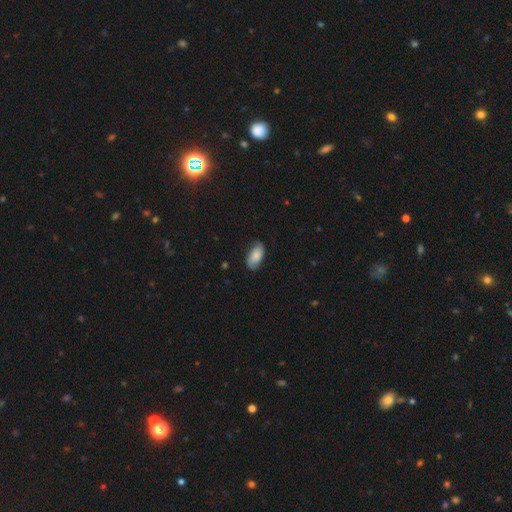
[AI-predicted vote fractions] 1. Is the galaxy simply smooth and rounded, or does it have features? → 70% smooth, 23% featured or disk, 7% star or artifact.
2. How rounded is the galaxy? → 94% in between, 3% round, 3% cigar-shaped.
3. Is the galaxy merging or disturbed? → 76% none, 19% minor disturbance, 4% major disturbance, 1% merger.